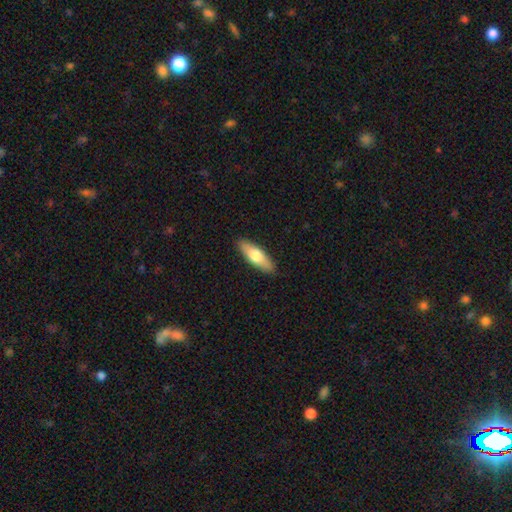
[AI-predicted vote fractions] Q: Smooth or featured?
A: smooth (67%); runner-up: featured or disk (27%)
Q: How rounded?
A: in between (51%); runner-up: cigar-shaped (47%)
Q: Merging?
A: none (89%); runner-up: minor disturbance (8%)